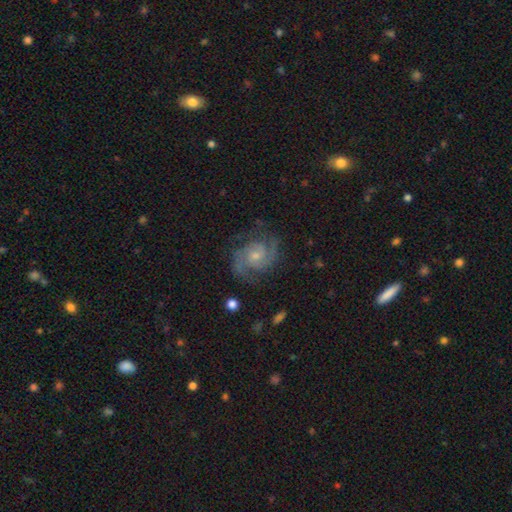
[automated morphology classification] Overall: featured or disk (89%). Edge-on disk: no (98%). Bar: no (63%; weak 32%). Spiral arms: yes (98%). Spiral arm count: 2 (84%). Spiral winding: medium (51%; tight 38%). Bulge size: small (56%; moderate 37%). Merging: none (76%).